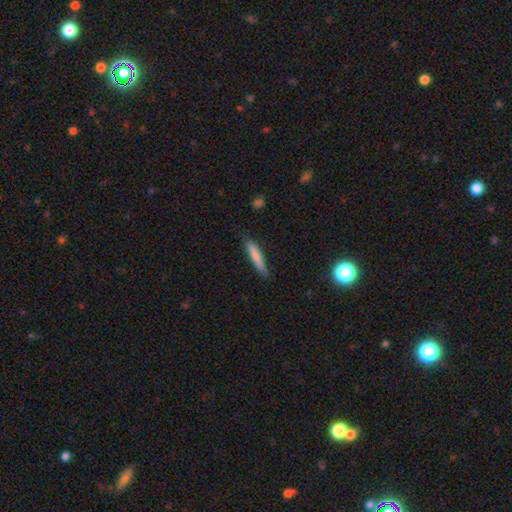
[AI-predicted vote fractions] Smooth or featured? Predicted: smooth (p=0.78). How rounded? Predicted: cigar-shaped (p=0.90). Merging? Predicted: none (p=0.81).